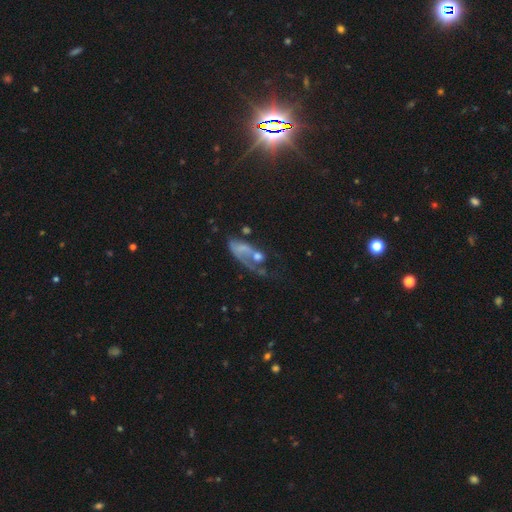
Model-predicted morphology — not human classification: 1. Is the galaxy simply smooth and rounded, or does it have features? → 55% featured or disk, 26% smooth, 20% star or artifact.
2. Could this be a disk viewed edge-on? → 91% no, 9% yes.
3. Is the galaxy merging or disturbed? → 42% major disturbance, 25% none, 19% merger, 14% minor disturbance.